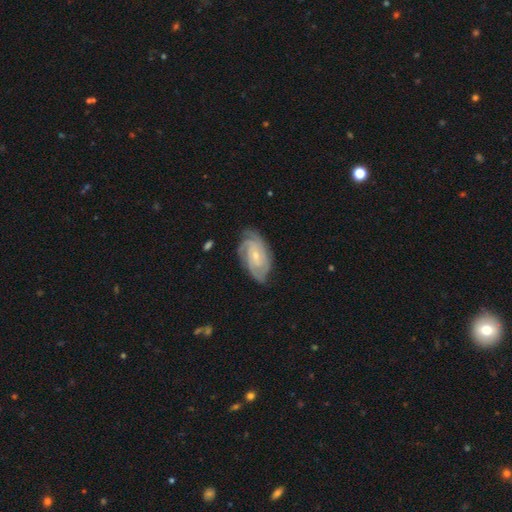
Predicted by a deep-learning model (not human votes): A featured or disk galaxy (85%) with no bar (56%), 3 (31%) tight (68%) spiral arms (97%) and a small central bulge (68%).

Vote fractions:
- Smooth or featured? featured or disk: 85% / smooth: 10% / star or artifact: 5%
- Edge-on disk? no: 96% / yes: 4%
- Bar? no: 56% / weak: 35% / strong: 9%
- Spiral arms? yes: 97% / no: 3%
- Spiral winding? tight: 68% / medium: 27% / loose: 5%
- Spiral arm count? 3: 31% / 2: 23% / can't tell: 20% / 4: 17% / 1: 5% / more than 4: 5%
- Bulge size? small: 68% / moderate: 27% / none: 2% / large: 1% / dominant: 1%
- Merging? none: 76% / minor disturbance: 18% / major disturbance: 5% / merger: 1%